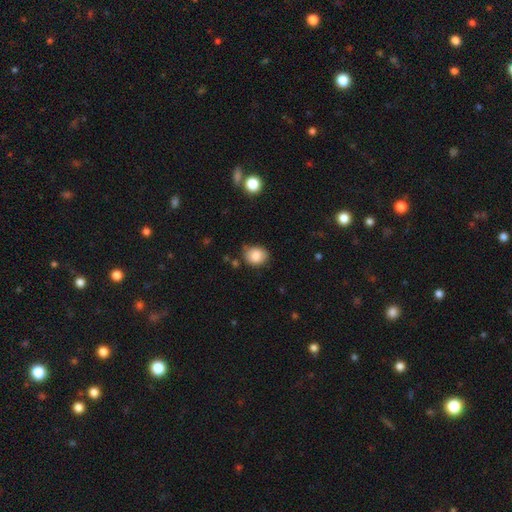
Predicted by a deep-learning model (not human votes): smooth 85%, star or artifact 9%, featured or disk 7%. Down the decision tree: how rounded — round (64%); merging — none (74%).